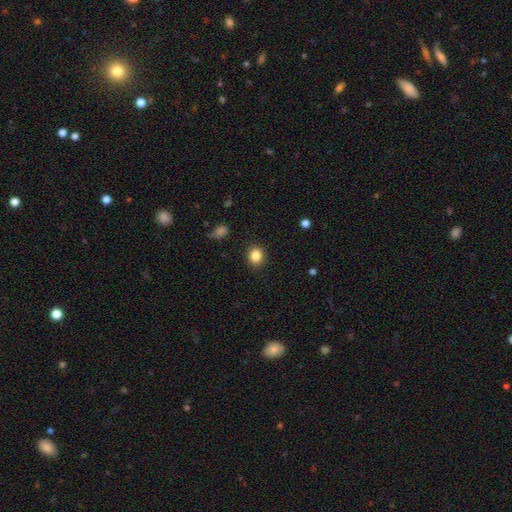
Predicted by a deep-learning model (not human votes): The model was most divided on "how rounded": round: 71%, in between: 28%, cigar-shaped: 1%. More confident: merging — none (90%); smooth or featured — smooth (85%).